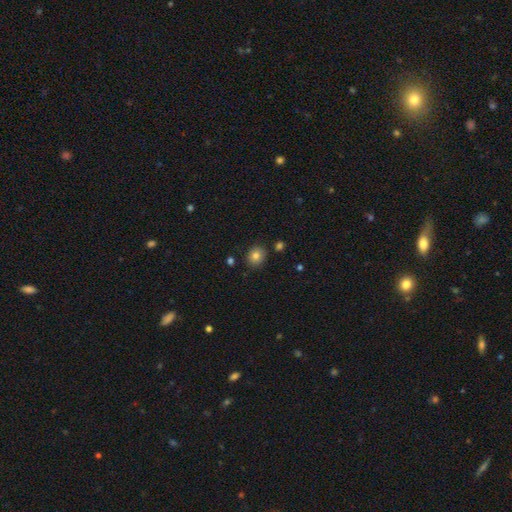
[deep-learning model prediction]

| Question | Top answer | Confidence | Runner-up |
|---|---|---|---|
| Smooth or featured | smooth | 80% | star or artifact (11%) |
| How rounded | round | 67% | in between (32%) |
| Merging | none | 85% | minor disturbance (9%) |